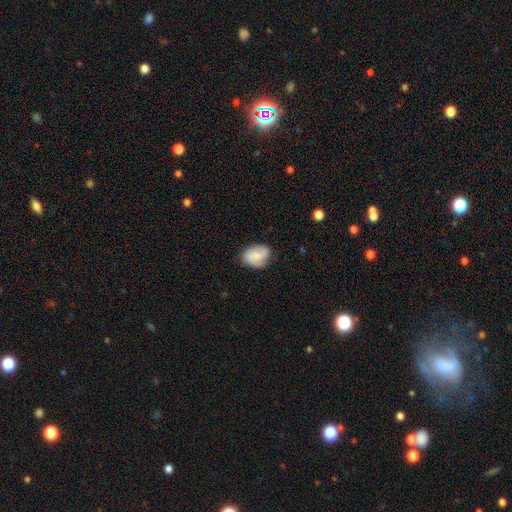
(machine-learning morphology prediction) Overall: smooth (57%; featured or disk 35%). How rounded: in between (68%; round 31%). Merging: none (71%).